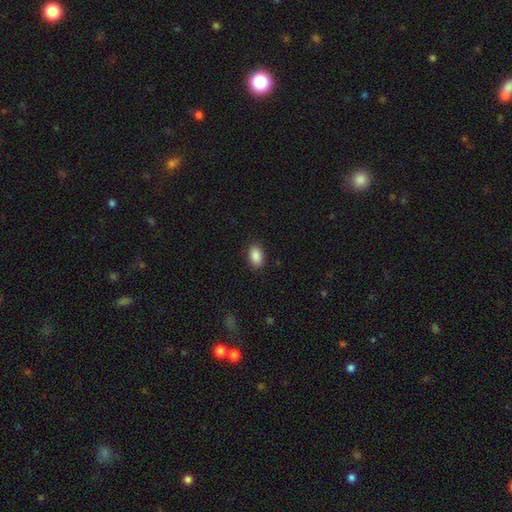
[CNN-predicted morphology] Q: Smooth or featured?
A: smooth (89%); runner-up: star or artifact (8%)
Q: How rounded?
A: in between (89%); runner-up: round (9%)
Q: Merging?
A: none (88%); runner-up: minor disturbance (9%)